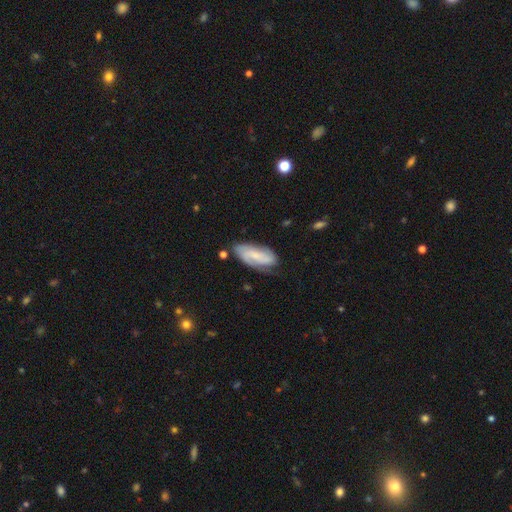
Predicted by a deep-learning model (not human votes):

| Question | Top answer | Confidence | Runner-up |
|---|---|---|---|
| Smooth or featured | featured or disk | 59% | smooth (35%) |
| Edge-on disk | no | 92% | yes (8%) |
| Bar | no | 48% | weak (37%) |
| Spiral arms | yes | 90% | no (10%) |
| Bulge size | small | 59% | moderate (20%) |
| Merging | none | 66% | minor disturbance (23%) |